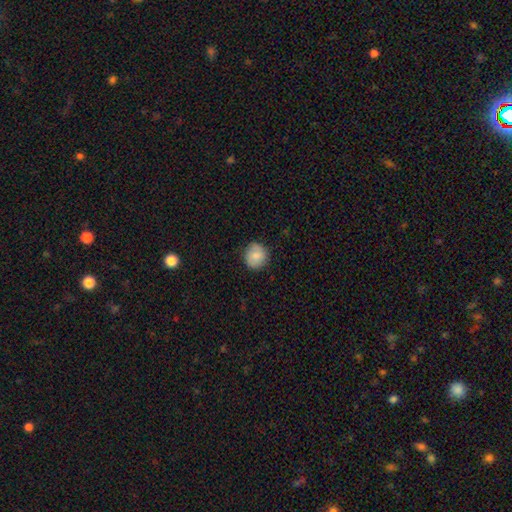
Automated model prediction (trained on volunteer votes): This appears to be a smooth galaxy with no disk features (80%) that is round (88%). Merging: none (85%).